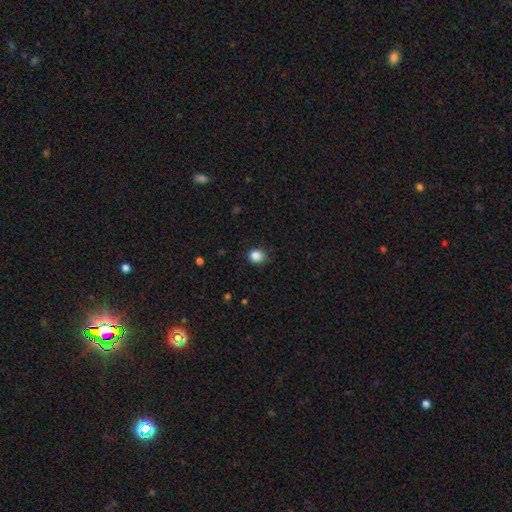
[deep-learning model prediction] Smooth or featured? Predicted: smooth (p=0.86). How rounded? Predicted: round (p=0.74). Merging? Predicted: none (p=0.84).